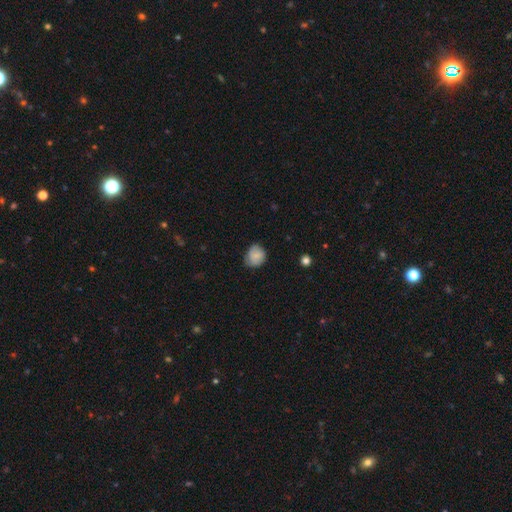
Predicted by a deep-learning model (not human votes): smooth 76%, featured or disk 16%, star or artifact 8%. Down the decision tree: how rounded — round (66%); merging — none (63%).